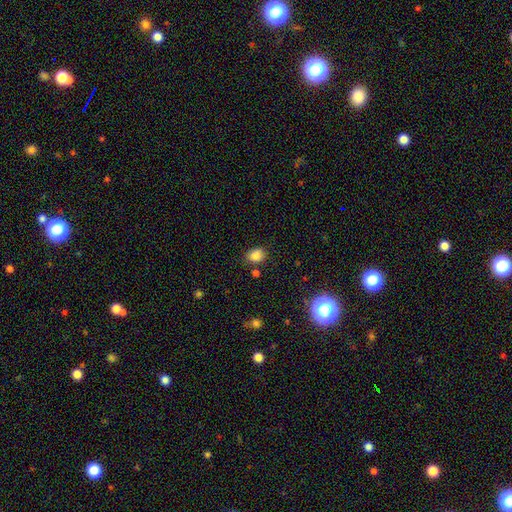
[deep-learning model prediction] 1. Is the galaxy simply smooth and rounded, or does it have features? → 84% smooth, 11% star or artifact, 5% featured or disk.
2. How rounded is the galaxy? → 57% in between, 42% round, 1% cigar-shaped.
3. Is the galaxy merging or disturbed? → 76% none, 14% minor disturbance, 6% merger, 4% major disturbance.